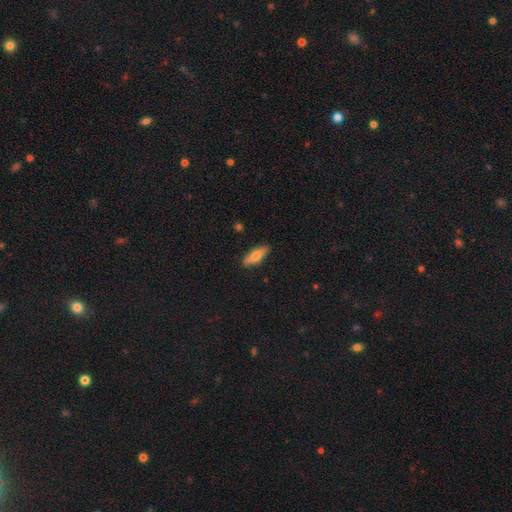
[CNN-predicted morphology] smooth-or-featured: smooth: 62% | featured or disk: 32% | star or artifact: 6%
  how-rounded: in between: 49% | cigar-shaped: 48% | round: 3%
  merging: none: 85% | minor disturbance: 12% | major disturbance: 2% | merger: 1%